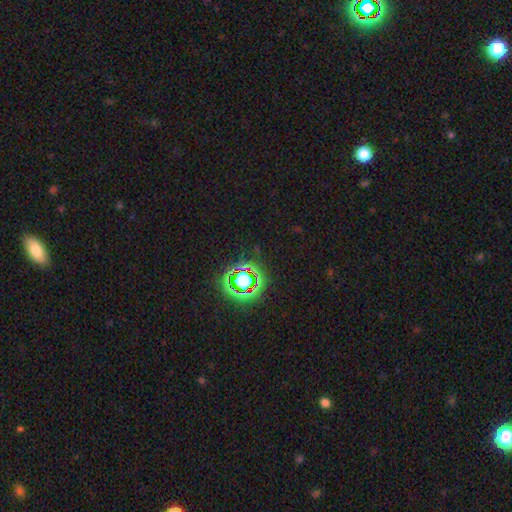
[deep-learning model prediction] smooth-or-featured: star or artifact: 78% | smooth: 14% | featured or disk: 8%